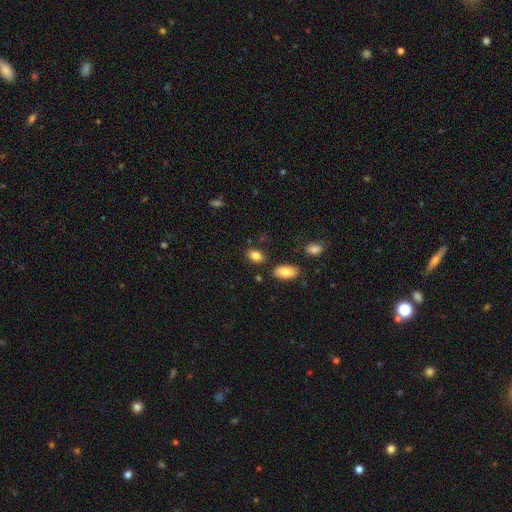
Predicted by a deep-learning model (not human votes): This is clearly a smooth galaxy (84%). How rounded: clearly in between (89%). Merging: clearly none (81%).